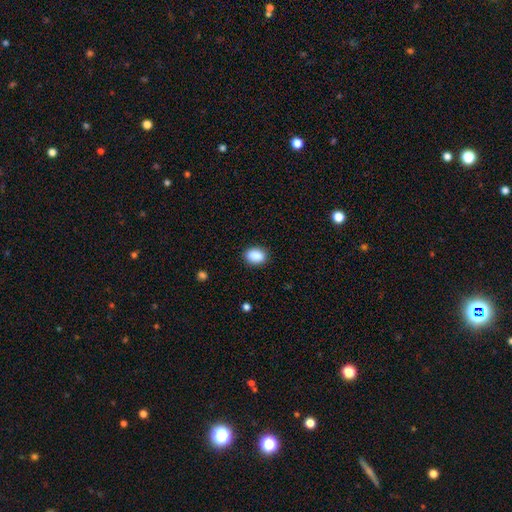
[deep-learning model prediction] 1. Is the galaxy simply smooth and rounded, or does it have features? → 89% smooth, 8% star or artifact, 3% featured or disk.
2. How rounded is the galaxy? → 74% in between, 24% round, 1% cigar-shaped.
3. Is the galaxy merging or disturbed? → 87% none, 9% minor disturbance, 2% major disturbance, 1% merger.